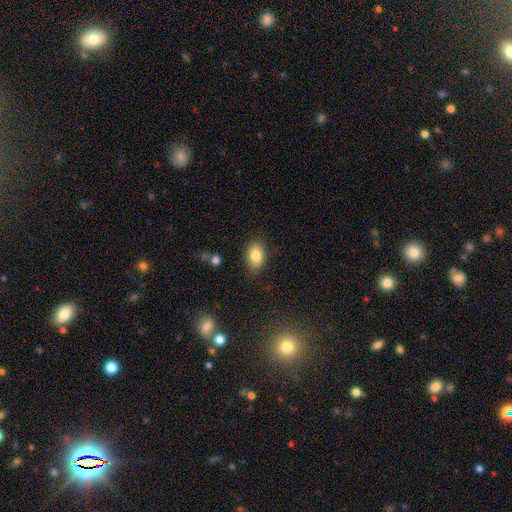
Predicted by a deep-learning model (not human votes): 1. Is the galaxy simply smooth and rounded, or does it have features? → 82% smooth, 10% featured or disk, 8% star or artifact.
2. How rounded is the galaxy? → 86% in between, 12% round, 2% cigar-shaped.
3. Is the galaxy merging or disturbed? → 82% none, 14% minor disturbance, 3% major disturbance, 2% merger.